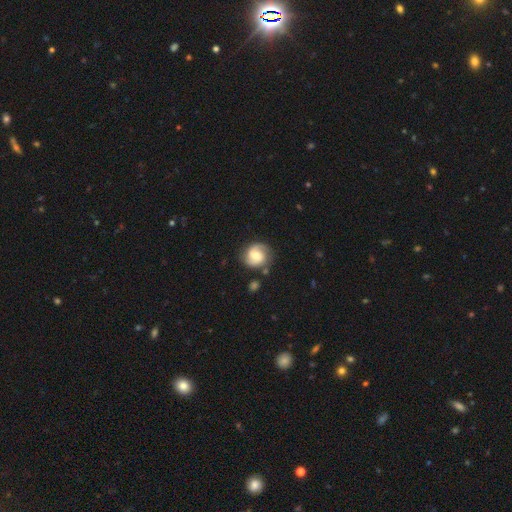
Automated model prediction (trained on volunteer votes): Smooth or featured? Predicted: featured or disk (p=0.65). Edge-on disk? Predicted: no (p=0.98). Bar? Predicted: weak (p=0.46). Spiral arms? Predicted: yes (p=0.93). Spiral winding? Predicted: medium (p=0.45). Spiral arm count? Predicted: 2 (p=0.85). Bulge size? Predicted: moderate (p=0.52). Merging? Predicted: none (p=0.75).